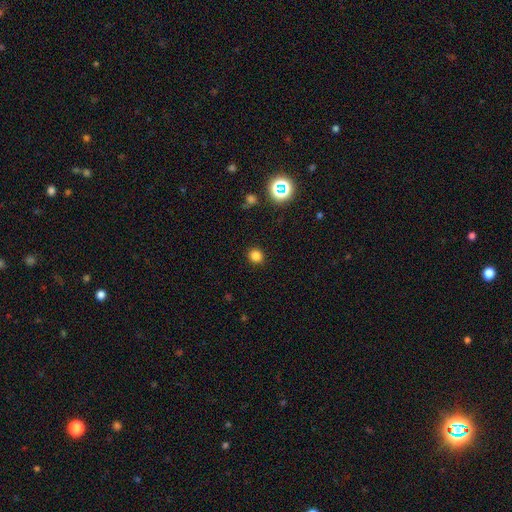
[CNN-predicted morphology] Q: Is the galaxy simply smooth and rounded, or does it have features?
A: smooth — 81%.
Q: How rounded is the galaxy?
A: round — 85%.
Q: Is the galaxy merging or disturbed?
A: none — 91%.